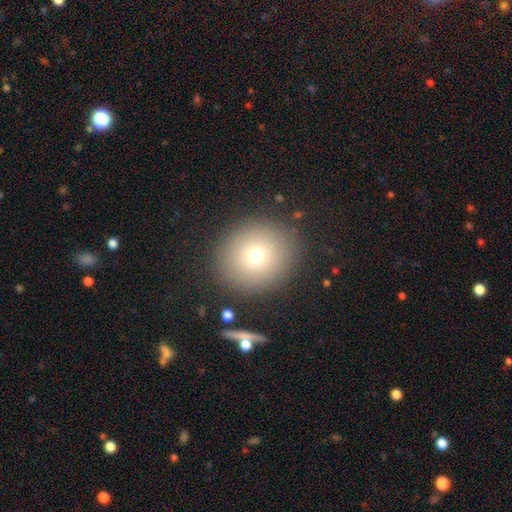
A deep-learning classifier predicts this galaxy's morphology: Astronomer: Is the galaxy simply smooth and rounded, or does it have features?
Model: smooth — 73%.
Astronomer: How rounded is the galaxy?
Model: round — 85%.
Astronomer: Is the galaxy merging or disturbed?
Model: none — 88%.